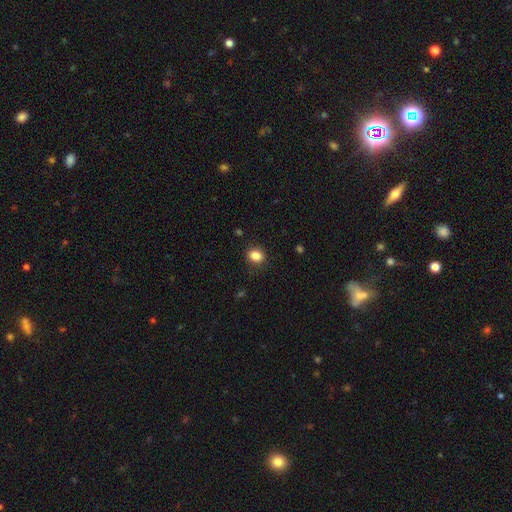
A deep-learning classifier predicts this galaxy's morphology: Q: Smooth or featured?
A: smooth (86%); runner-up: star or artifact (10%)
Q: How rounded?
A: round (53%); runner-up: in between (46%)
Q: Merging?
A: none (87%); runner-up: minor disturbance (10%)